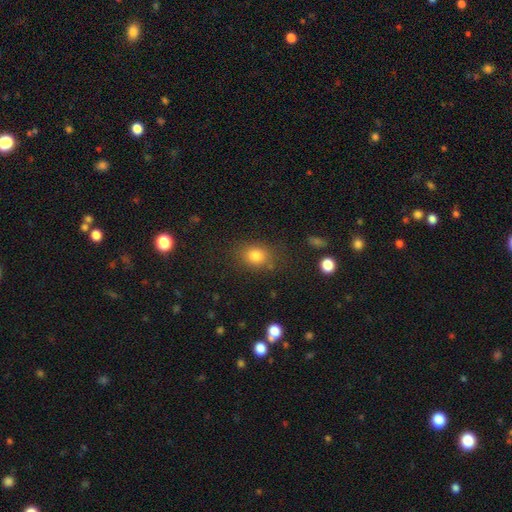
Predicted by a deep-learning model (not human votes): smooth-or-featured: smooth: 79% | star or artifact: 13% | featured or disk: 8%
  how-rounded: in between: 57% | round: 41% | cigar-shaped: 1%
  merging: none: 79% | minor disturbance: 13% | major disturbance: 5% | merger: 3%